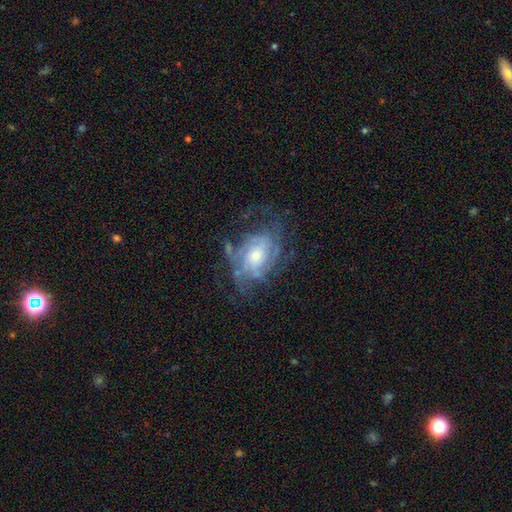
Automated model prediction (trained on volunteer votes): Q: Smooth or featured?
A: featured or disk (77%); runner-up: smooth (15%)
Q: Edge-on disk?
A: no (96%); runner-up: yes (4%)
Q: Bar?
A: no (70%); runner-up: weak (25%)
Q: Spiral arms?
A: yes (84%); runner-up: no (16%)
Q: Spiral winding?
A: tight (48%); runner-up: medium (37%)
Q: Spiral arm count?
A: can't tell (48%); runner-up: 2 (16%)
Q: Bulge size?
A: moderate (51%); runner-up: small (31%)
Q: Merging?
A: none (56%); runner-up: major disturbance (21%)